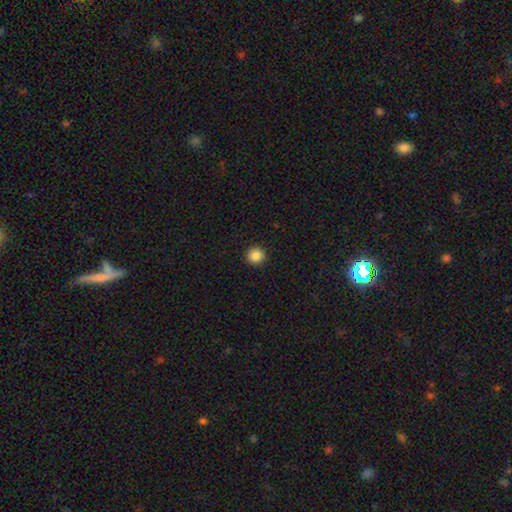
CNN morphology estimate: smooth-or-featured: smooth: 86% | star or artifact: 10% | featured or disk: 4%
  how-rounded: round: 94% | in between: 5% | cigar-shaped: 1%
  merging: none: 93% | minor disturbance: 4% | major disturbance: 2% | merger: 1%